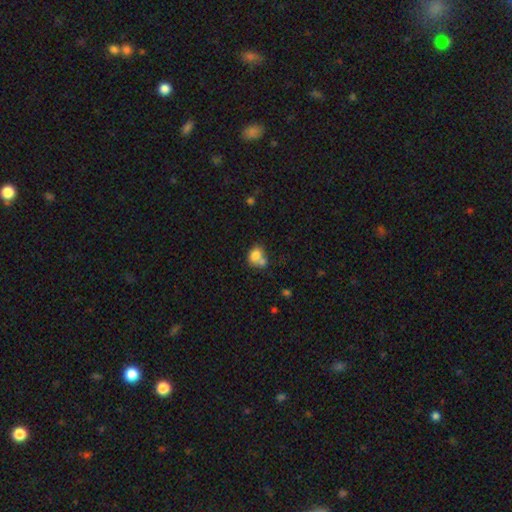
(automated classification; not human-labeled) smooth 78%, featured or disk 12%, star or artifact 10%. Down the decision tree: how rounded — round (54%); merging — merger (47%).